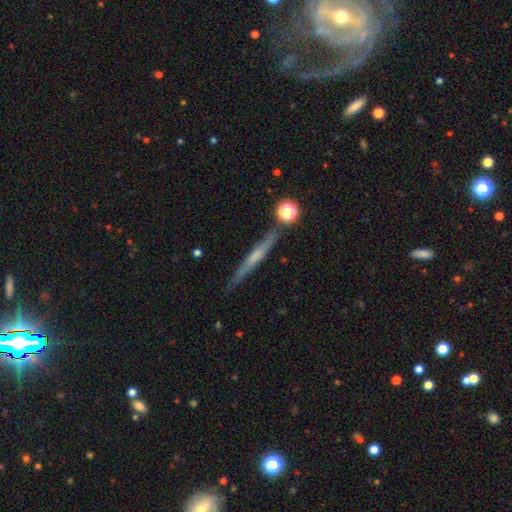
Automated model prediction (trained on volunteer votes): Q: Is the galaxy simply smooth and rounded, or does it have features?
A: featured or disk — 62%.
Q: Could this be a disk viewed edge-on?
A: yes — 96%.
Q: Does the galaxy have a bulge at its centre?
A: none — 49%.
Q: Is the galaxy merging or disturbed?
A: none — 85%.